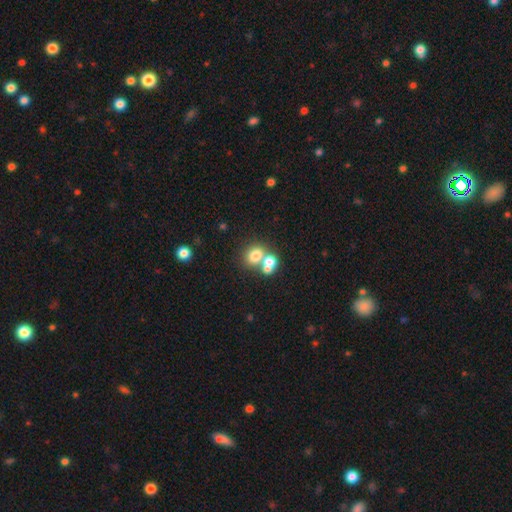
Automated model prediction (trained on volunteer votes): Morphology: type=smooth (72%); roundness=round (61%); merging=merger (50%).